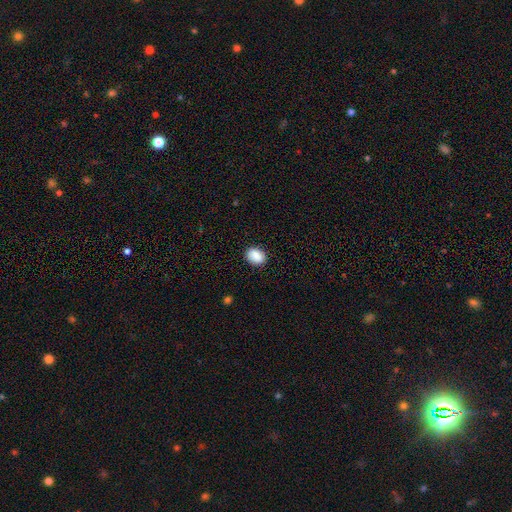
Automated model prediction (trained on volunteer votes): Morphology: type=smooth (89%); roundness=in between (68%); merging=none (87%).